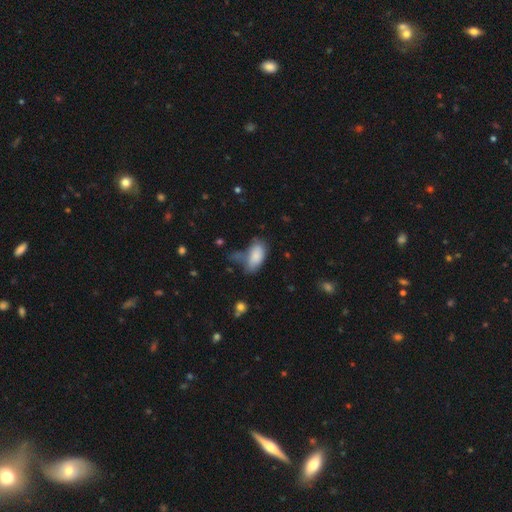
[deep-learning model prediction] smooth-or-featured: smooth: 84% | featured or disk: 9% | star or artifact: 7%
  how-rounded: in between: 93% | cigar-shaped: 4% | round: 3%
  merging: none: 44% | minor disturbance: 30% | major disturbance: 15% | merger: 11%